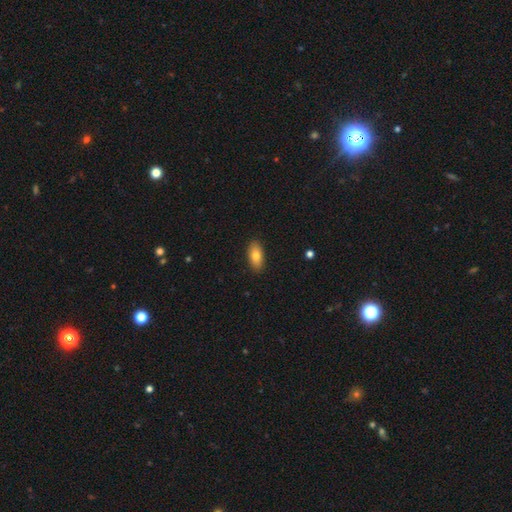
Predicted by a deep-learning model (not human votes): Morphology: type=smooth (79%); roundness=in between (87%); merging=none (89%).